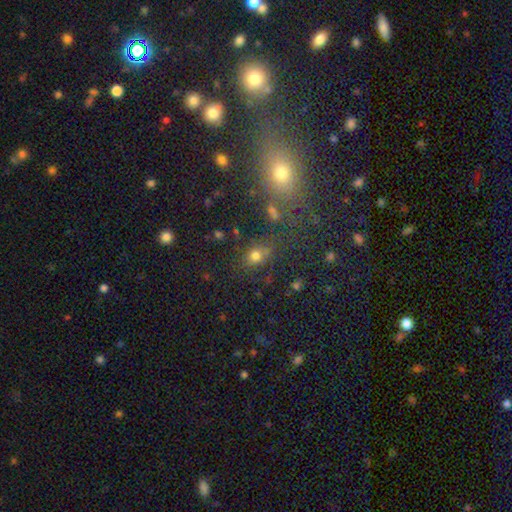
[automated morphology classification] smooth-or-featured: smooth: 66% | star or artifact: 24% | featured or disk: 10%
  how-rounded: round: 64% | in between: 33% | cigar-shaped: 2%
  merging: none: 64% | minor disturbance: 14% | merger: 13% | major disturbance: 8%